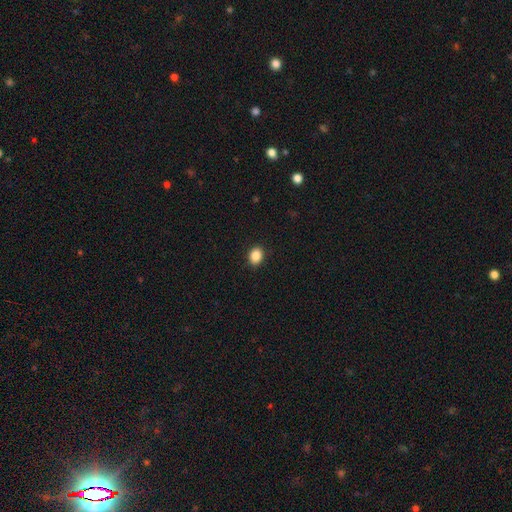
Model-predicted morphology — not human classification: Smooth or featured? smooth (87%)
How rounded? in between (55%)
Merging? none (91%)